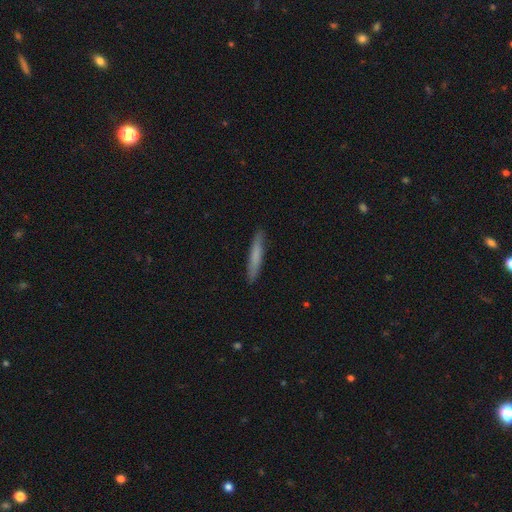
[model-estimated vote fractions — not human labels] smooth-or-featured: smooth: 73% | featured or disk: 21% | star or artifact: 6%
  how-rounded: cigar-shaped: 94% | in between: 5% | round: 1%
  merging: none: 90% | minor disturbance: 8% | major disturbance: 1% | merger: 1%